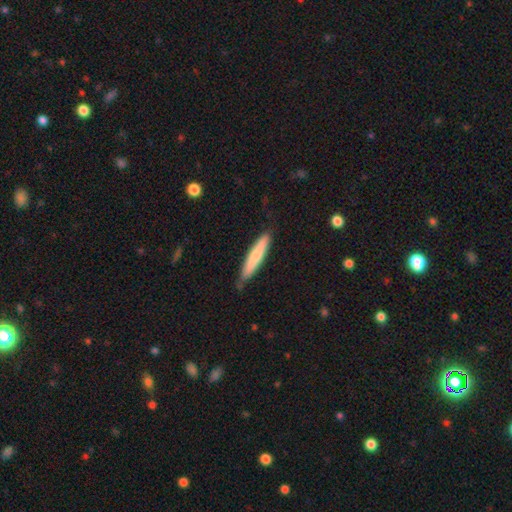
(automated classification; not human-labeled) Smooth or featured?
  - smooth: 72% *
  - featured or disk: 22%
  - star or artifact: 5%
How rounded?
  - cigar-shaped: 91% *
  - in between: 8%
  - round: 1%
Merging?
  - none: 80% *
  - minor disturbance: 16%
  - major disturbance: 2%
  - merger: 2%